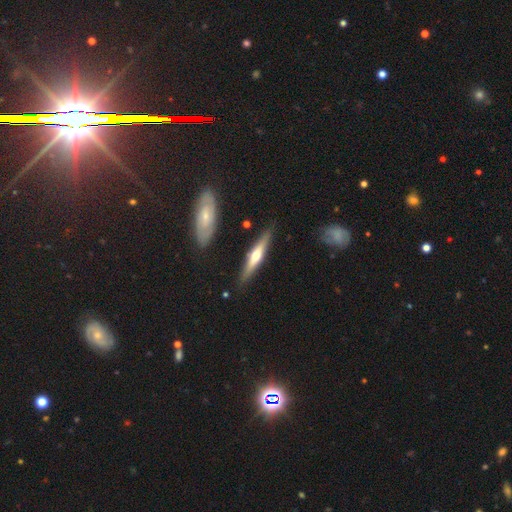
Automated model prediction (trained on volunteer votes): Q: Smooth or featured?
A: featured or disk (57%); runner-up: smooth (37%)
Q: Edge-on disk?
A: yes (93%); runner-up: no (7%)
Q: Edge-on bulge?
A: rounded (86%); runner-up: none (9%)
Q: Merging?
A: none (86%); runner-up: minor disturbance (9%)